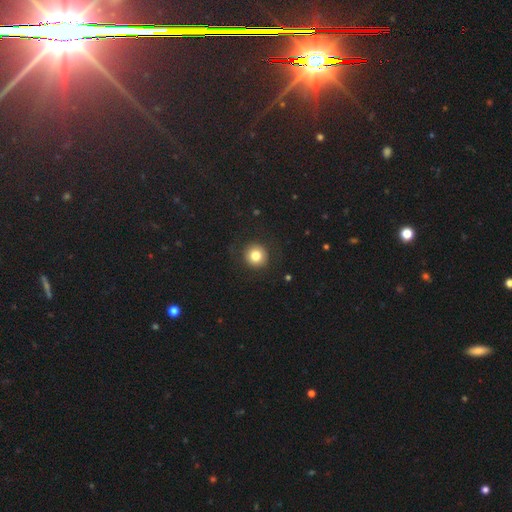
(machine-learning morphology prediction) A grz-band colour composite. It shows a smooth galaxy with no disk features (81%) that is round (94%). Merging: none (88%).